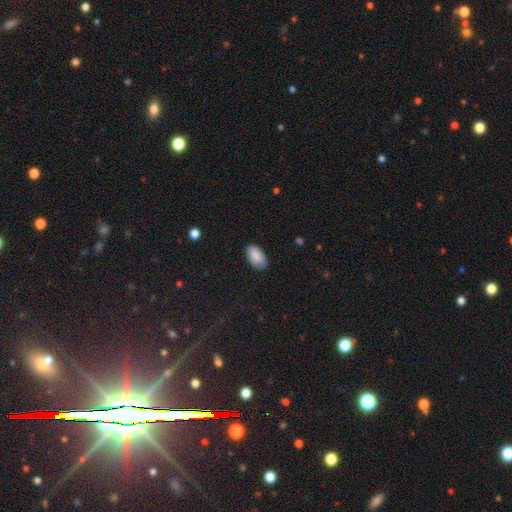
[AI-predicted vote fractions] Smooth or featured? smooth (87%)
How rounded? in between (95%)
Merging? none (81%)